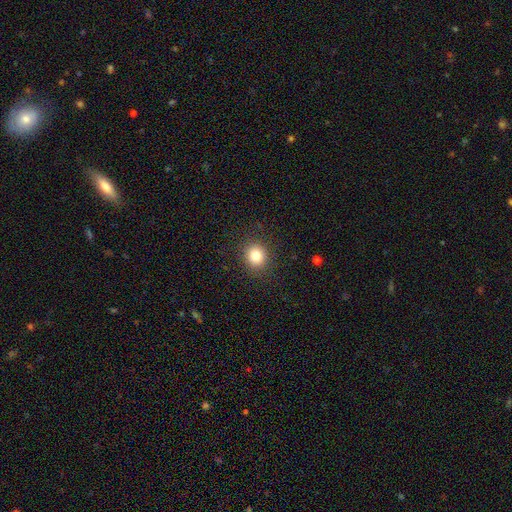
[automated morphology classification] The model was most divided on "how rounded": round: 79%, in between: 20%, cigar-shaped: 1%. More confident: merging — none (90%); smooth or featured — smooth (82%).